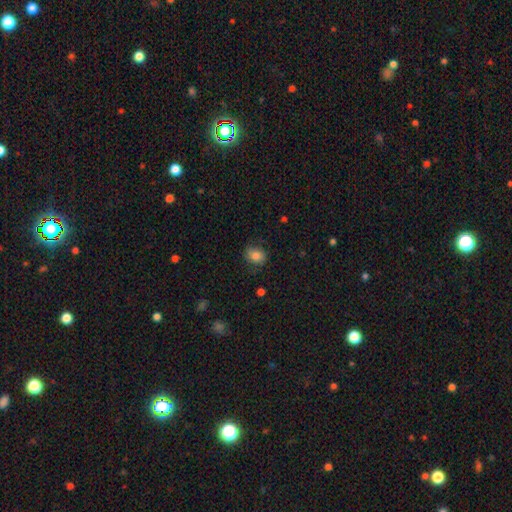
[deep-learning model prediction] Smooth or featured?
  - smooth: 81% *
  - star or artifact: 10%
  - featured or disk: 9%
How rounded?
  - round: 53% *
  - in between: 46%
  - cigar-shaped: 1%
Merging?
  - none: 77% *
  - minor disturbance: 17%
  - major disturbance: 4%
  - merger: 1%